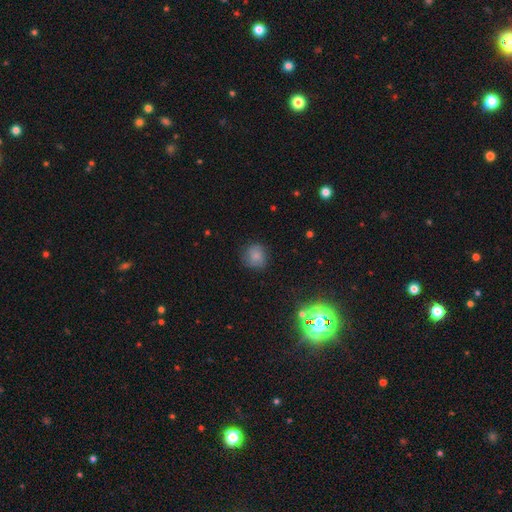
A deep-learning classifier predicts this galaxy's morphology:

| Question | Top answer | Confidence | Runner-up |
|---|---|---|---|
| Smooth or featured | smooth | 74% | featured or disk (14%) |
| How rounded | round | 83% | in between (16%) |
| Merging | none | 76% | minor disturbance (18%) |